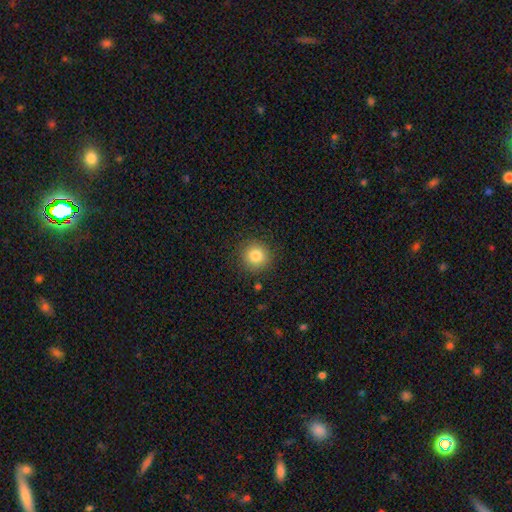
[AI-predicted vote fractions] Morphology: type=smooth (83%); roundness=round (94%); merging=none (90%).